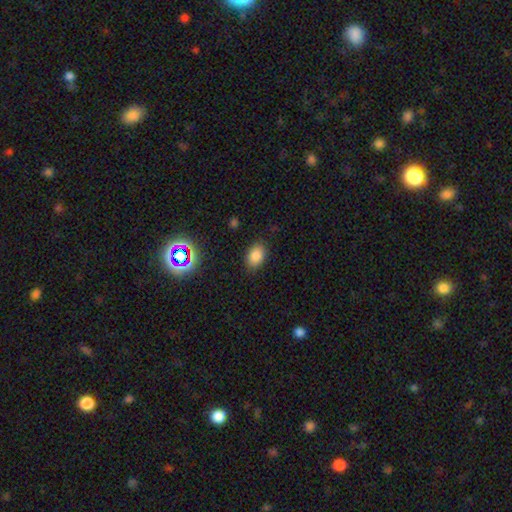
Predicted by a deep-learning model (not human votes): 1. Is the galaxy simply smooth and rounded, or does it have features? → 82% smooth, 13% star or artifact, 5% featured or disk.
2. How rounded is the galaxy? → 81% in between, 18% round, 1% cigar-shaped.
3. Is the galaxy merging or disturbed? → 85% none, 11% minor disturbance, 3% major disturbance, 1% merger.